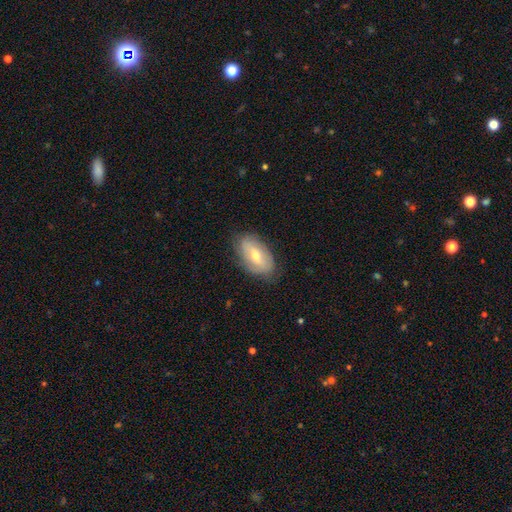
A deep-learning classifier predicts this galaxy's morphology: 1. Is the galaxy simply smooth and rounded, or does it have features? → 48% featured or disk, 46% smooth, 7% star or artifact.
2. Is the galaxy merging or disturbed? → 76% none, 19% minor disturbance, 5% major disturbance, 1% merger.